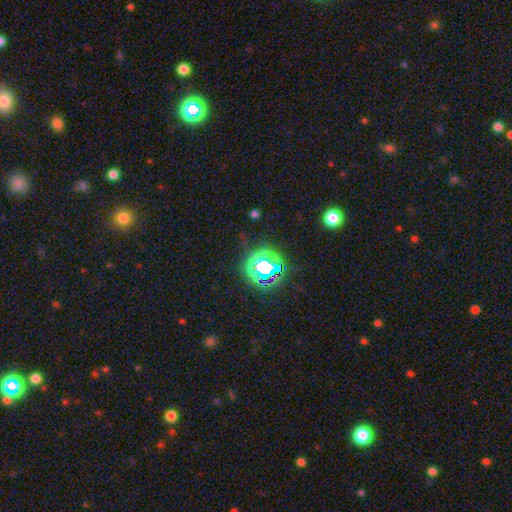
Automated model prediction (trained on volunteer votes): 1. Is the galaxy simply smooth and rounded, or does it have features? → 71% star or artifact, 19% smooth, 10% featured or disk.